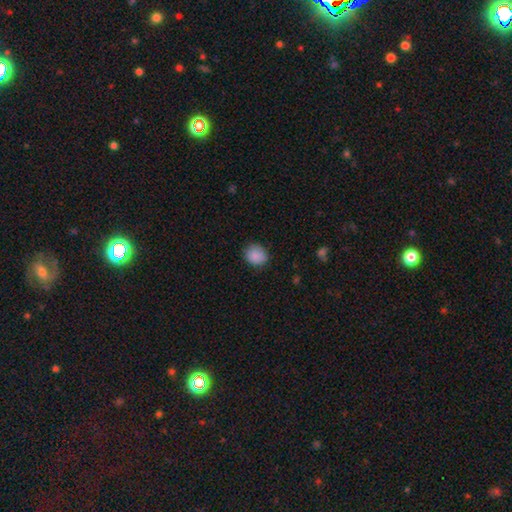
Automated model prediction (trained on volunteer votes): Smooth or featured? Predicted: smooth (p=0.87). How rounded? Predicted: round (p=0.71). Merging? Predicted: none (p=0.80).